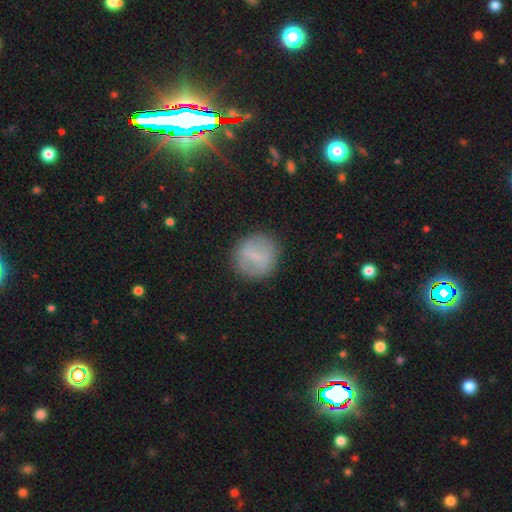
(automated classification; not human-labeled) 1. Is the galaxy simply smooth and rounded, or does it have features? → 61% smooth, 30% featured or disk, 9% star or artifact.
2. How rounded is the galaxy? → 86% round, 12% in between, 1% cigar-shaped.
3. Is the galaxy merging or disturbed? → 85% none, 10% minor disturbance, 4% major disturbance, 1% merger.